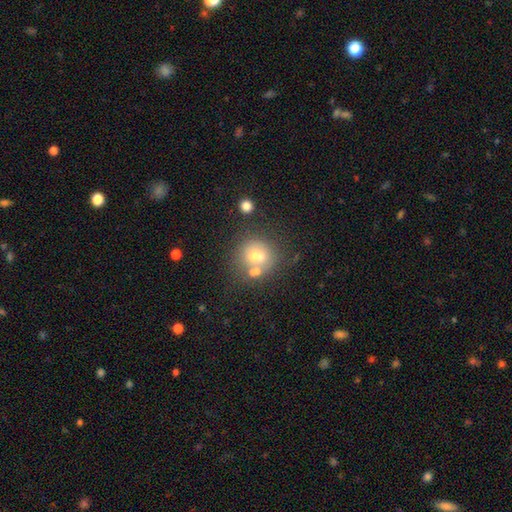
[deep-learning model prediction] smooth-or-featured: smooth: 62% | featured or disk: 25% | star or artifact: 14%
  how-rounded: round: 81% | in between: 18% | cigar-shaped: 1%
  merging: none: 50% | merger: 31% | minor disturbance: 13% | major disturbance: 7%